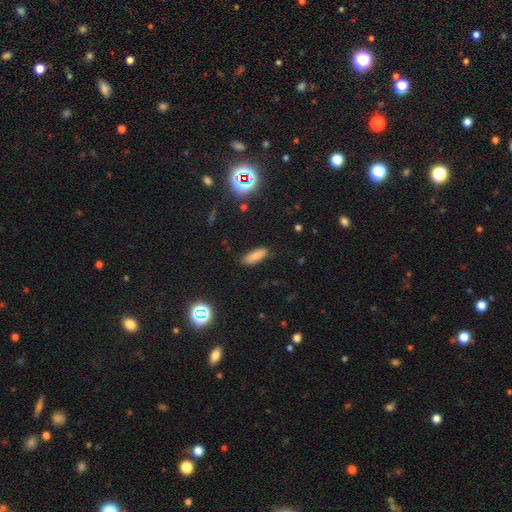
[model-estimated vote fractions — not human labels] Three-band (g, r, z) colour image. It shows a smooth galaxy with no disk features (78%) that is in between round and cigar-shaped (72%). Merging: none (84%).